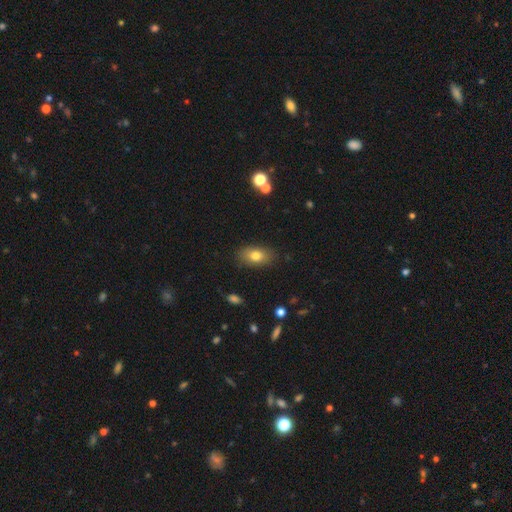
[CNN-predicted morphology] smooth_or_featured: smooth (p=0.77) [alt: featured or disk p=0.13]
how_rounded: in between (p=0.88) [alt: round p=0.09]
merging: none (p=0.85) [alt: minor disturbance p=0.11]